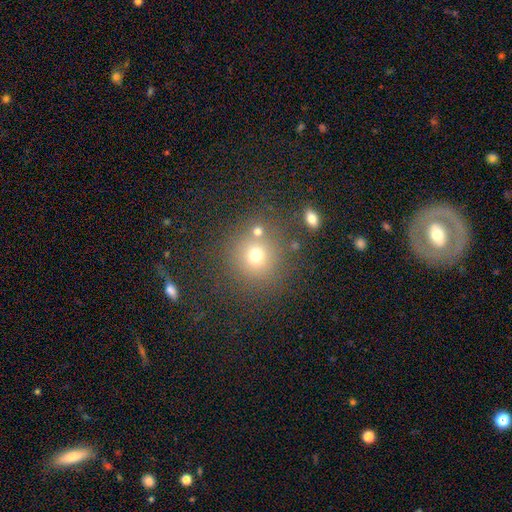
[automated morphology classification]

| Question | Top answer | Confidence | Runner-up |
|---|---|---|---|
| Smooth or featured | smooth | 70% | star or artifact (19%) |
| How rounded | round | 89% | in between (10%) |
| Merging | none | 72% | merger (14%) |